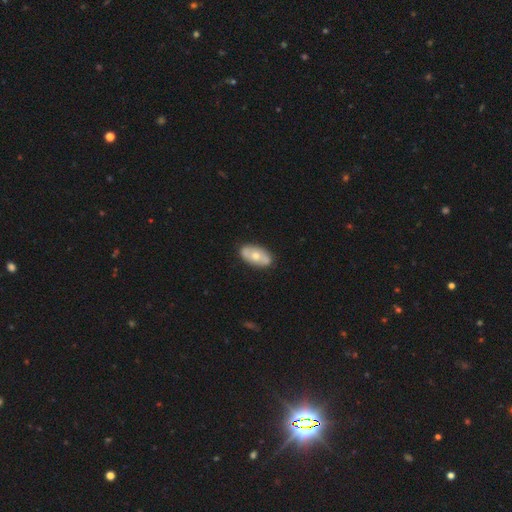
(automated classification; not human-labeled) Q: Smooth or featured?
A: smooth (50%); runner-up: featured or disk (44%)
Q: How rounded?
A: in between (91%); runner-up: round (6%)
Q: Merging?
A: none (82%); runner-up: minor disturbance (13%)